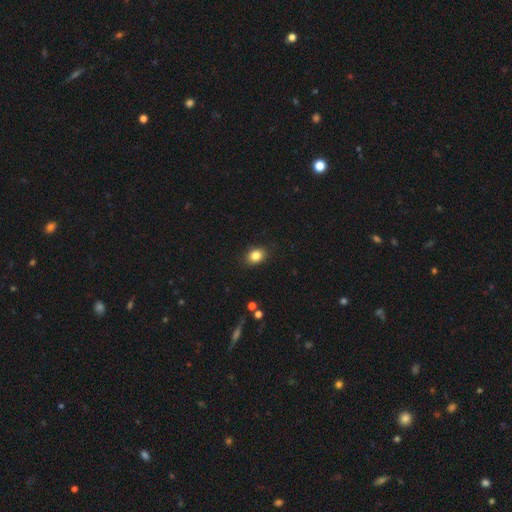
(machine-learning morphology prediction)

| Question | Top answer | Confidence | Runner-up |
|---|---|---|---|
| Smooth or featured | smooth | 84% | star or artifact (10%) |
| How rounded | in between | 53% | round (46%) |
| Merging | none | 88% | minor disturbance (9%) |